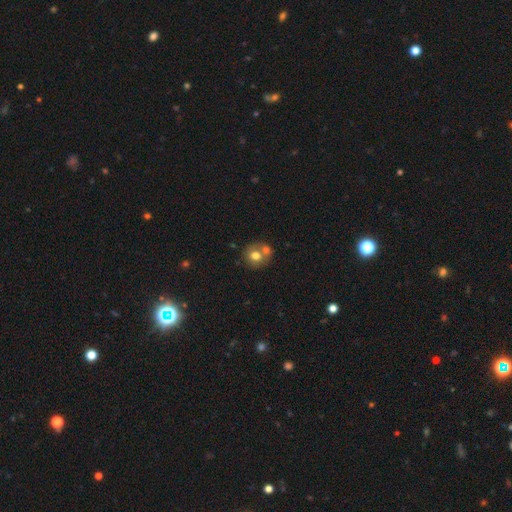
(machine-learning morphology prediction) Smooth or featured?
  - smooth: 71% *
  - featured or disk: 19%
  - star or artifact: 10%
How rounded?
  - round: 76% *
  - in between: 23%
  - cigar-shaped: 1%
Merging?
  - merger: 44% * (tied)
  - none: 44% * (tied)
  - minor disturbance: 9%
  - major disturbance: 3%